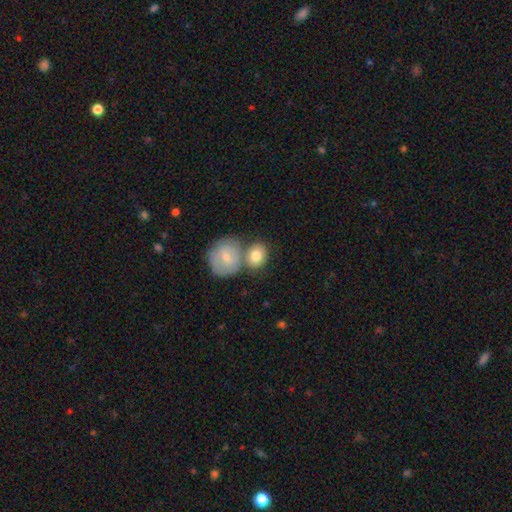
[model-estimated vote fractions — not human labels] smooth-or-featured: smooth: 77% | featured or disk: 17% | star or artifact: 6%
  how-rounded: round: 65% | in between: 34% | cigar-shaped: 1%
  merging: none: 45% | merger: 41% | minor disturbance: 11% | major disturbance: 4%